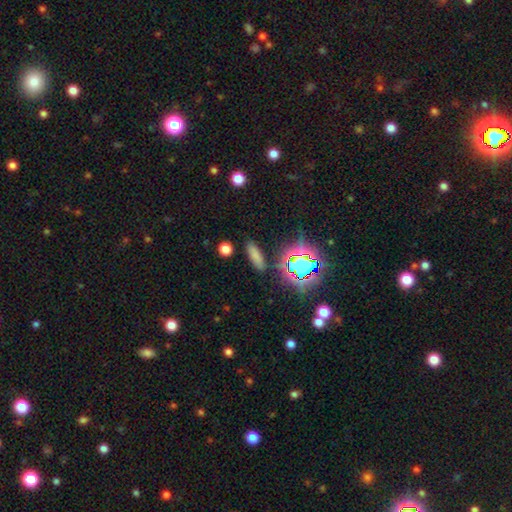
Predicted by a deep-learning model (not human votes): Smooth or featured? Predicted: smooth (p=0.73). How rounded? Predicted: in between (p=0.49). Merging? Predicted: none (p=0.84).